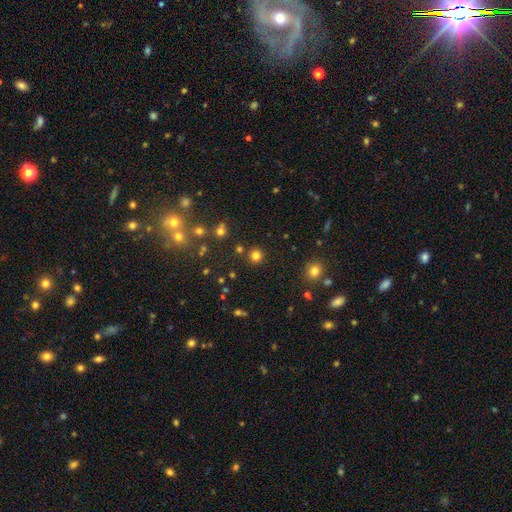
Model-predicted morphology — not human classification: smooth 78%, star or artifact 17%, featured or disk 5%. Down the decision tree: how rounded — round (95%); merging — none (90%).